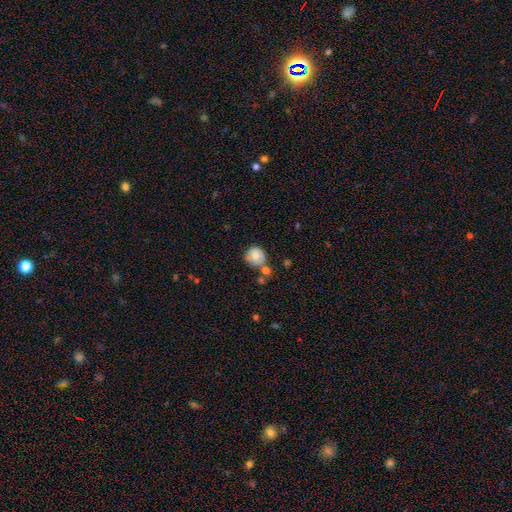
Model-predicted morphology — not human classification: Smooth or featured?
  - smooth: 80% *
  - featured or disk: 11%
  - star or artifact: 9%
How rounded?
  - round: 89% *
  - in between: 10%
  - cigar-shaped: 1%
Merging?
  - none: 58% *
  - merger: 19%
  - minor disturbance: 17%
  - major disturbance: 5%